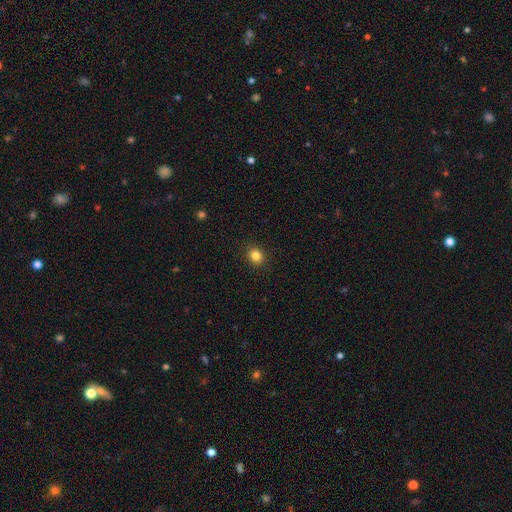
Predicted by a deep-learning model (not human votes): smooth_or_featured: smooth (p=0.84) [alt: star or artifact p=0.12]
how_rounded: round (p=0.76) [alt: in between p=0.24]
merging: none (p=0.91) [alt: minor disturbance p=0.06]